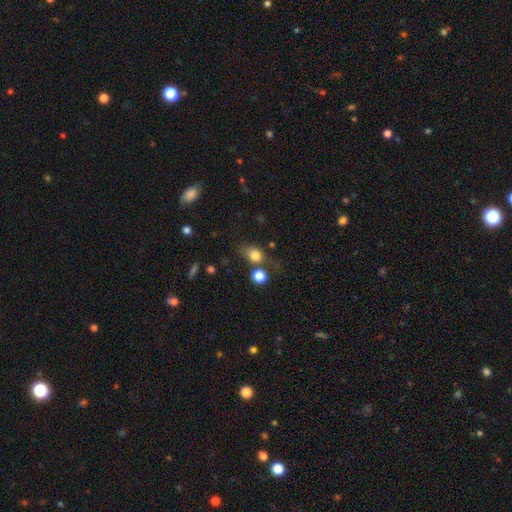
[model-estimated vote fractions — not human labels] smooth-or-featured: smooth: 81% | star or artifact: 11% | featured or disk: 9%
  how-rounded: round: 50% | in between: 48% | cigar-shaped: 2%
  merging: none: 52% | merger: 19% | minor disturbance: 19% | major disturbance: 11%